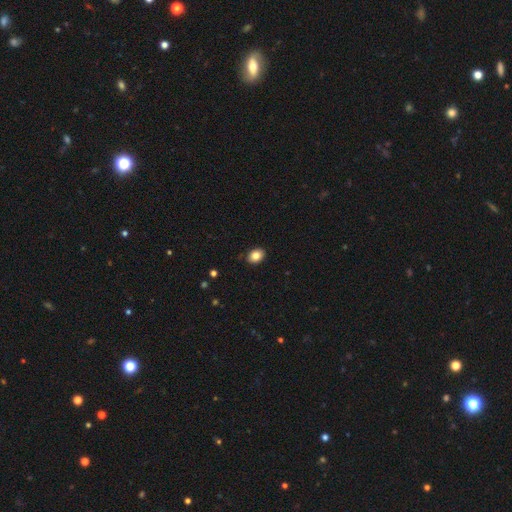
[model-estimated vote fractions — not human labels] Overall: smooth (83%). How rounded: in between (66%; round 33%). Merging: none (89%).